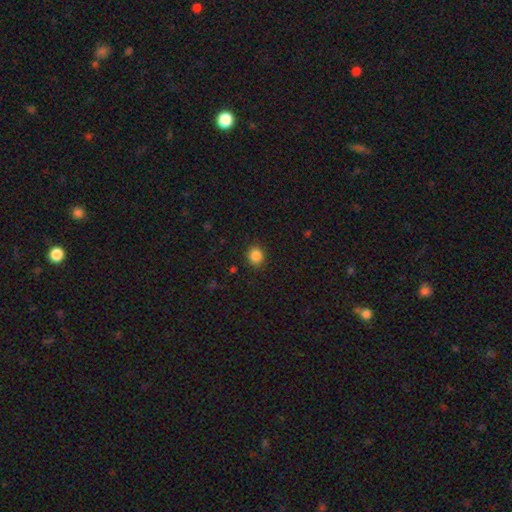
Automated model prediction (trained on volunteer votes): This appears to be a smooth galaxy with no disk features (86%) that is round (85%). Merging: none (90%).